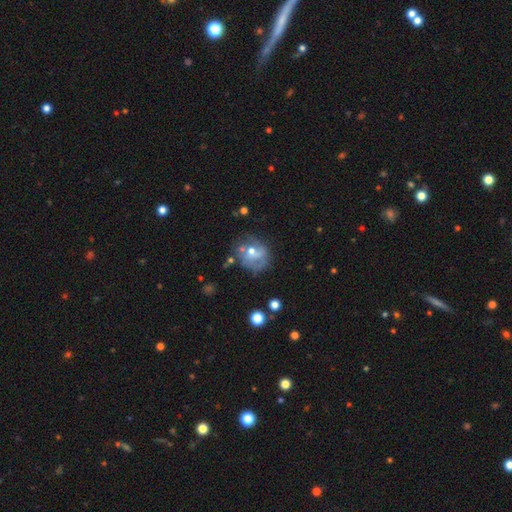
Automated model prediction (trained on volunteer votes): smooth_or_featured: featured or disk (p=0.59) [alt: smooth p=0.27]
disk_edge_on: no (p=0.96) [alt: yes p=0.04]
bar: no (p=0.57) [alt: weak p=0.34]
has_spiral_arms: yes (p=0.67) [alt: no p=0.33]
bulge_size: moderate (p=0.52) [alt: small p=0.41]
merging: none (p=0.57) [alt: minor disturbance p=0.22]